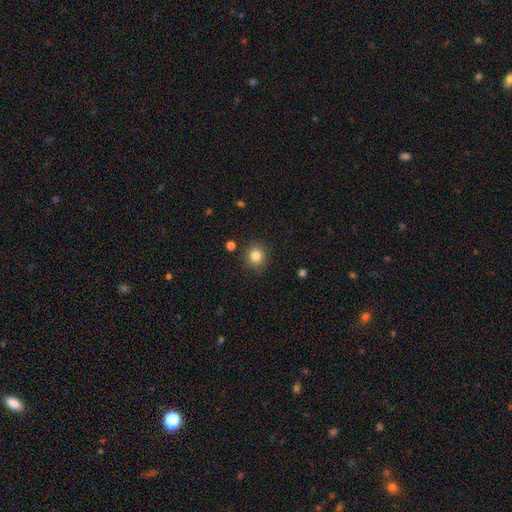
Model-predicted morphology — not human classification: smooth_or_featured: smooth (p=0.83) [alt: star or artifact p=0.11]
how_rounded: round (p=0.86) [alt: in between p=0.13]
merging: none (p=0.88) [alt: minor disturbance p=0.08]